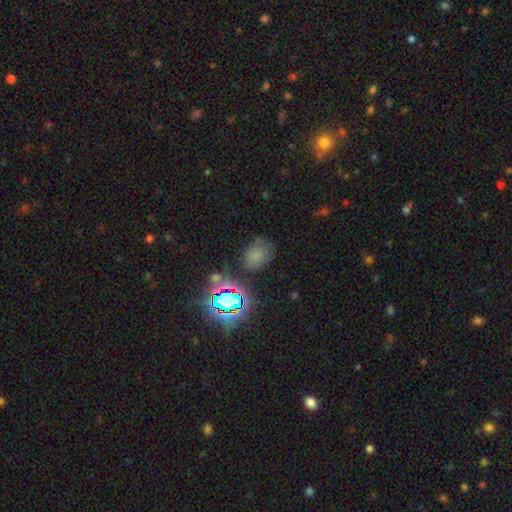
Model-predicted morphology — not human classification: The model was most divided on "how rounded": in between: 50%, round: 48%, cigar-shaped: 1%. More confident: merging — none (68%); smooth or featured — smooth (61%).